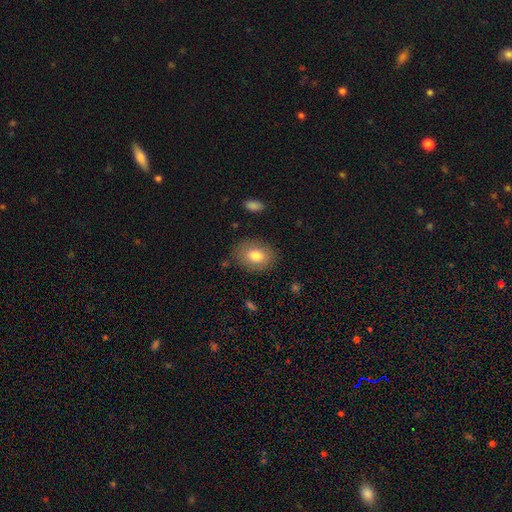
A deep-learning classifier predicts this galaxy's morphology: Smooth or featured? smooth (78%)
How rounded? in between (70%)
Merging? none (81%)